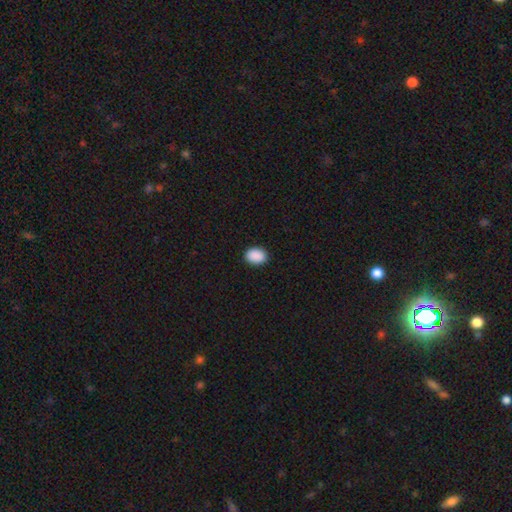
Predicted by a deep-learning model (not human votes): Overall: smooth (91%). How rounded: in between (72%). Merging: none (90%).